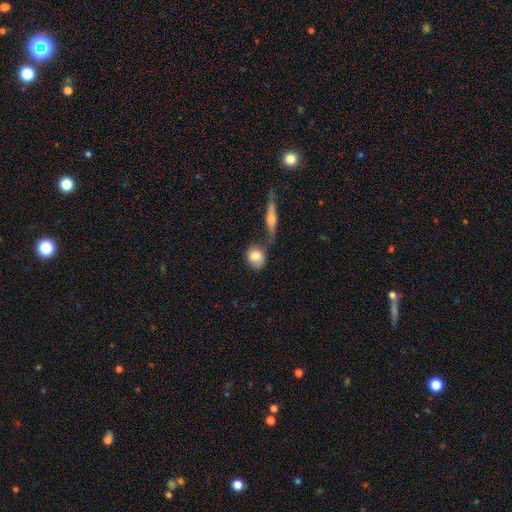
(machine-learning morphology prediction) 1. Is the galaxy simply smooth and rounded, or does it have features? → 80% smooth, 13% featured or disk, 7% star or artifact.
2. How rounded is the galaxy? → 62% round, 35% in between, 4% cigar-shaped.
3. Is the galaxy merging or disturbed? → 51% none, 24% merger, 18% minor disturbance, 8% major disturbance.